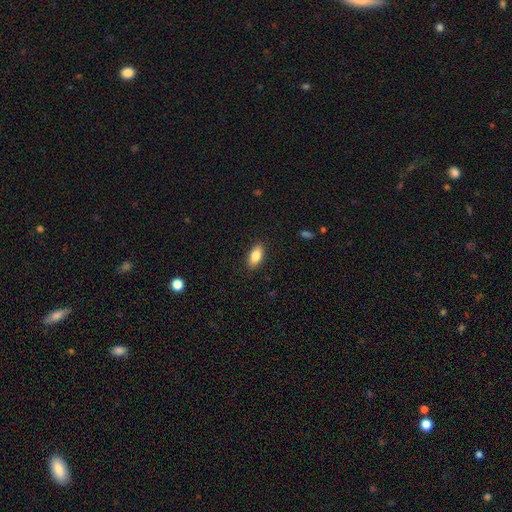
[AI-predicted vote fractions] The model was most divided on "smooth or featured": smooth: 84%, featured or disk: 9%, star or artifact: 7%. More confident: how rounded — in between (89%); merging — none (89%).